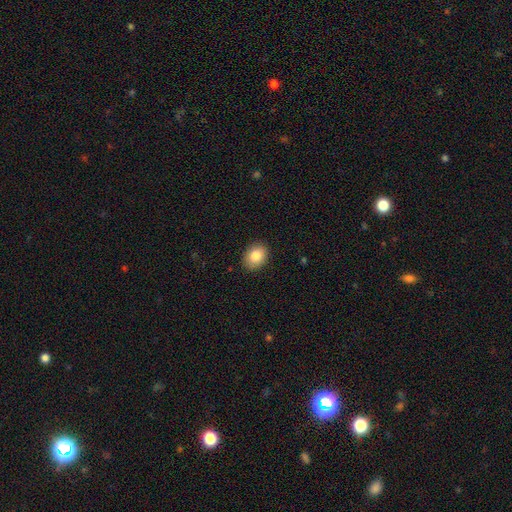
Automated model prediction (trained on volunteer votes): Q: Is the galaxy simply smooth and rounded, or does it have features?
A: smooth — 83%.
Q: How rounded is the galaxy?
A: in between — 63%.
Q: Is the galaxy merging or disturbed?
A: none — 89%.